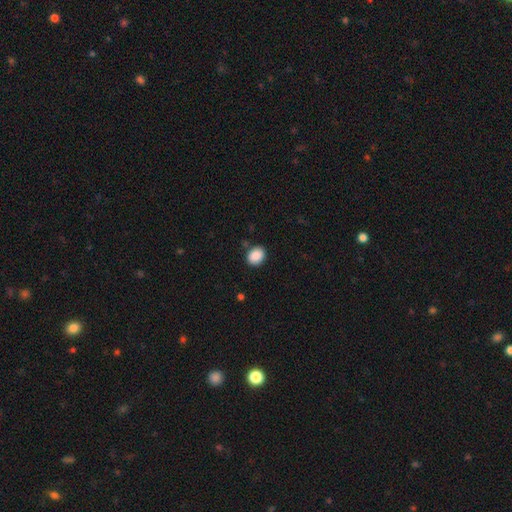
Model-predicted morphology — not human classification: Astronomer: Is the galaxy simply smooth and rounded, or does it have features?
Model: smooth — 89%.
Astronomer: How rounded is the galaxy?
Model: round — 53% (runner-up: in between, 47%).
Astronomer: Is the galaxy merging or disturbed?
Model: none — 86%.